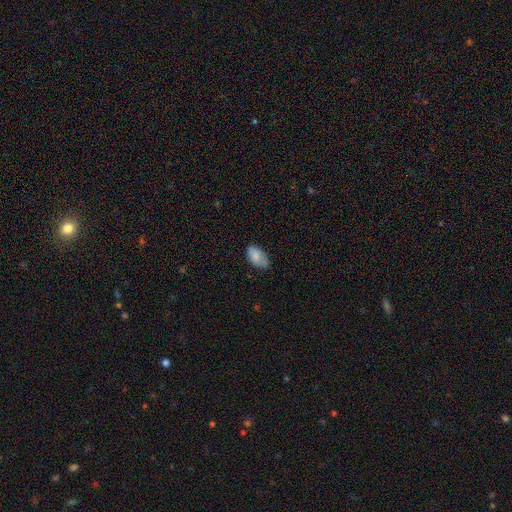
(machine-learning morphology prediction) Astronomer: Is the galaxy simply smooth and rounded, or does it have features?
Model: smooth — 81%.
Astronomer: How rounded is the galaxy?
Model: in between — 93%.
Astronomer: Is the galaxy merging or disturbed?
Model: none — 67%.